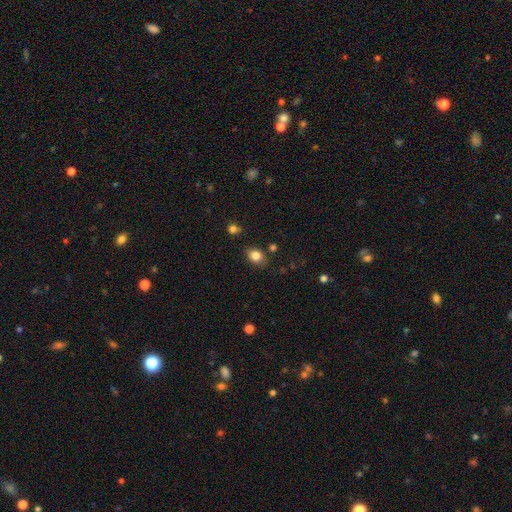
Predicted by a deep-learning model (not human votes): Q: Smooth or featured?
A: smooth (82%); runner-up: star or artifact (11%)
Q: How rounded?
A: in between (54%); runner-up: round (45%)
Q: Merging?
A: none (81%); runner-up: minor disturbance (13%)